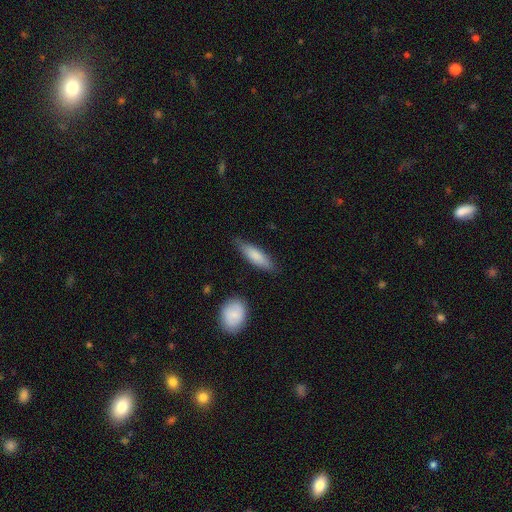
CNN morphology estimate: smooth-or-featured: smooth: 78% | featured or disk: 16% | star or artifact: 5%
  how-rounded: cigar-shaped: 60% | in between: 38% | round: 2%
  merging: none: 79% | minor disturbance: 16% | major disturbance: 3% | merger: 2%